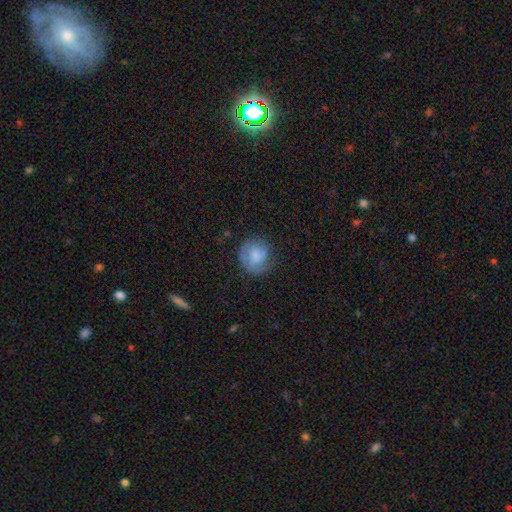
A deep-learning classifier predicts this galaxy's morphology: This appears to be a smooth galaxy with no disk features (63%) that is round (86%). Merging: none (66%).